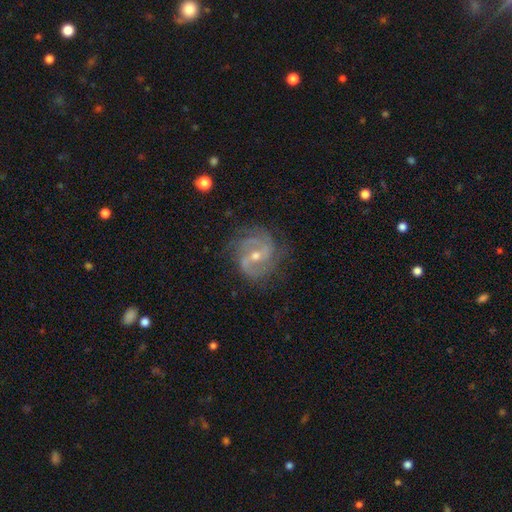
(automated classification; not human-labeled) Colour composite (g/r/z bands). It shows a featured or disk galaxy (89%) with a weak bar (47%), 2 (49%) medium (46%) spiral arms (97%) and a moderate central bulge (50%). Merging: none (75%).